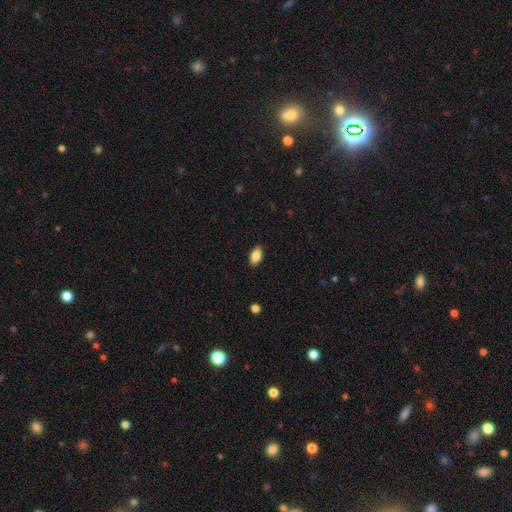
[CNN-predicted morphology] smooth_or_featured: smooth (p=0.85) [alt: star or artifact p=0.07]
how_rounded: in between (p=0.92) [alt: round p=0.04]
merging: none (p=0.89) [alt: minor disturbance p=0.08]